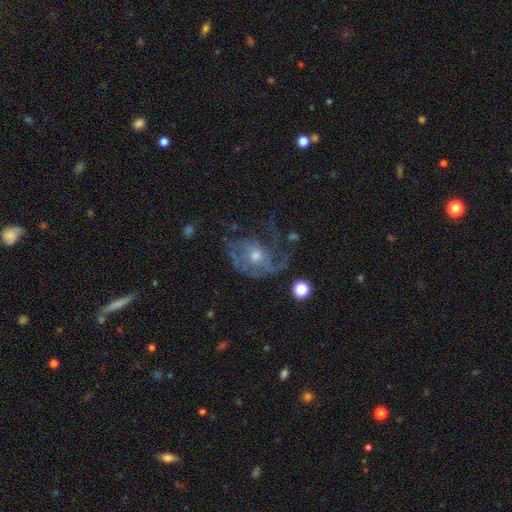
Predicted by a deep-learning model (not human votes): featured or disk 79%, smooth 13%, star or artifact 8%. Down the decision tree: edge-on disk — no (97%); bar — no (77%); spiral arms — yes (86%); spiral arm count — 2 (30%); spiral winding — medium (41%); bulge size — moderate (50%); merging — none (40%).